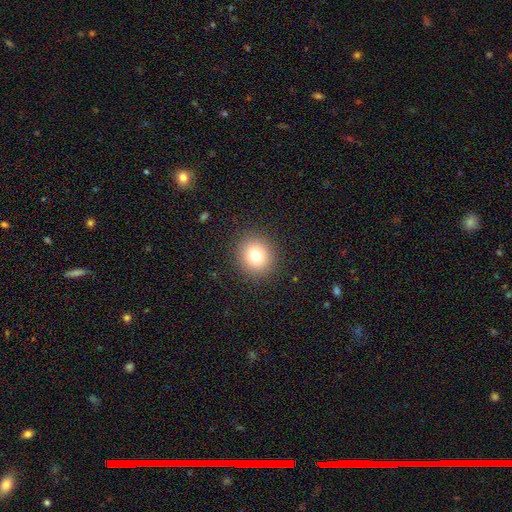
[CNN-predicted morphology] Smooth or featured? smooth (77%)
How rounded? round (87%)
Merging? none (90%)